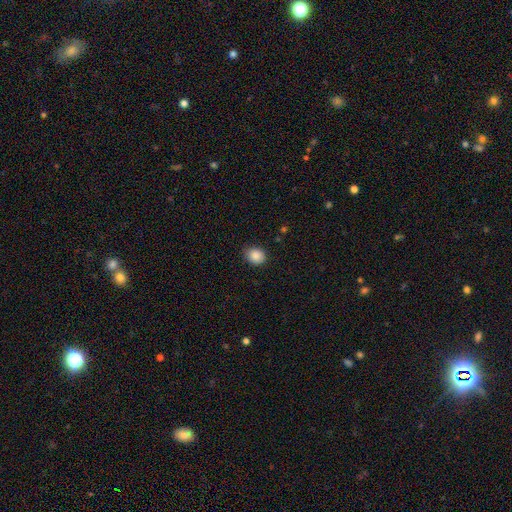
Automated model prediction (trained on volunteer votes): Morphology: type=smooth (88%); roundness=round (62%); merging=none (83%).